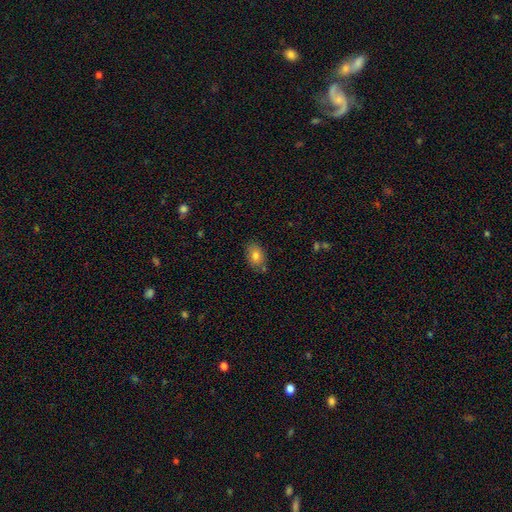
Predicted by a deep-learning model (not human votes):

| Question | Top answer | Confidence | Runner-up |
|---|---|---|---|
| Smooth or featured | smooth | 79% | featured or disk (13%) |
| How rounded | in between | 83% | round (16%) |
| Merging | none | 77% | minor disturbance (15%) |